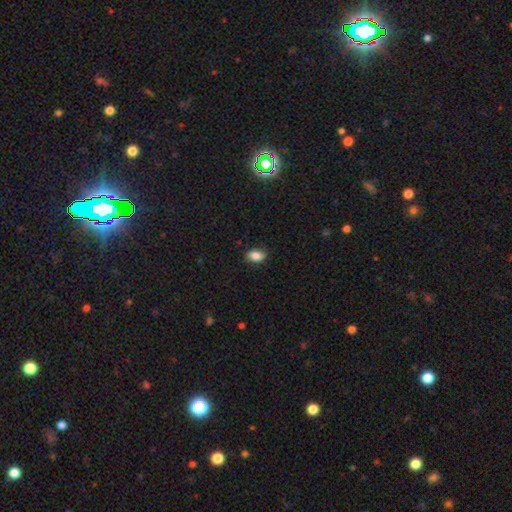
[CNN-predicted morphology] This is clearly a smooth galaxy (84%). How rounded: clearly in between (85%). Merging: clearly none (83%).